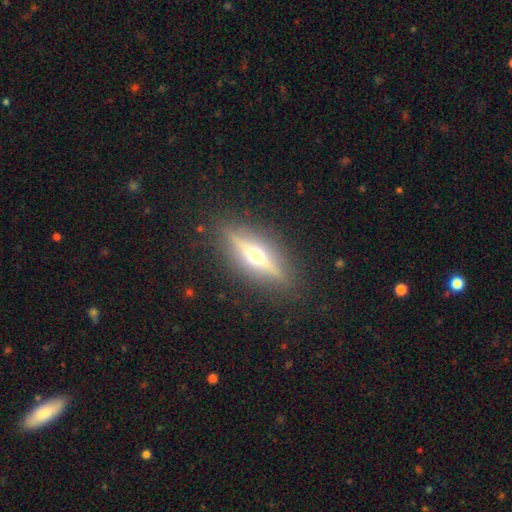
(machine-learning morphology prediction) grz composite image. It shows a featured or disk galaxy (74%) viewed edge-on (93%) with a rounded central bulge (95%). Merging: none (88%).